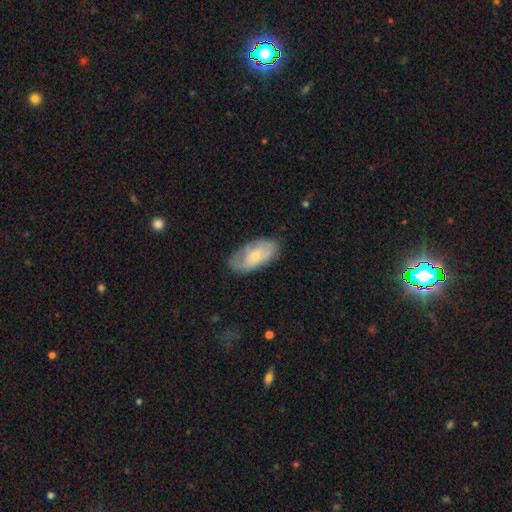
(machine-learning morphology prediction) type=smooth (54%); roundness=in between (92%); merging=none (66%).